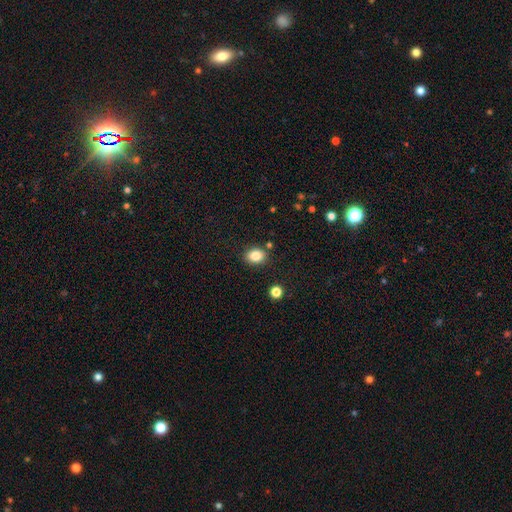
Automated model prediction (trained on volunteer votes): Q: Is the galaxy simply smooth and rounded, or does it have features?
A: smooth — 84%.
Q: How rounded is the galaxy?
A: in between — 59%.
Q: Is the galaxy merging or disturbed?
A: none — 84%.